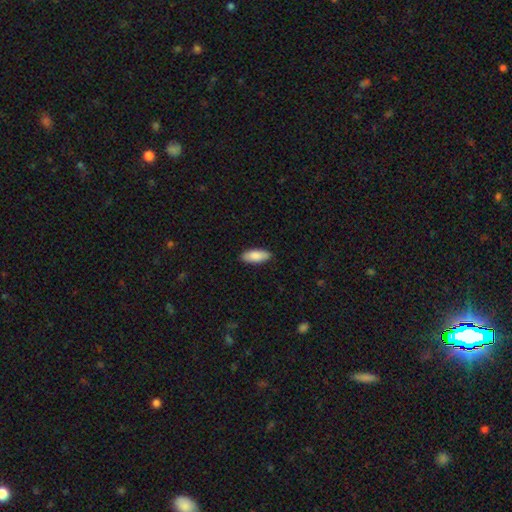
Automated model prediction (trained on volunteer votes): A smooth galaxy with no disk features (87%) that is in between round and cigar-shaped (82%). Merging: none (88%).